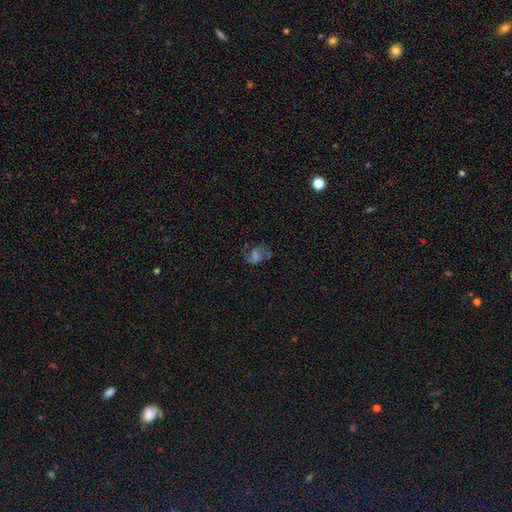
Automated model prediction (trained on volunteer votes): featured or disk 57%, smooth 25%, star or artifact 18%. Down the decision tree: edge-on disk — no (97%); bar — no (47%); spiral arms — yes (84%); bulge size — moderate (32%); merging — none (65%).